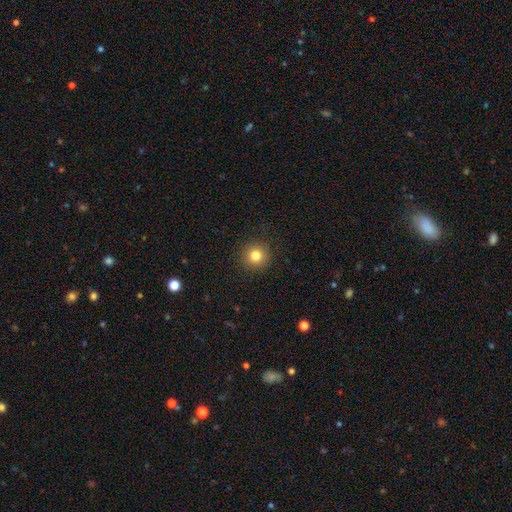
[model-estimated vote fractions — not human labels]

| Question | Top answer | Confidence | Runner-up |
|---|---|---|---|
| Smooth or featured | smooth | 82% | star or artifact (12%) |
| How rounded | round | 94% | in between (5%) |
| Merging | none | 91% | minor disturbance (6%) |